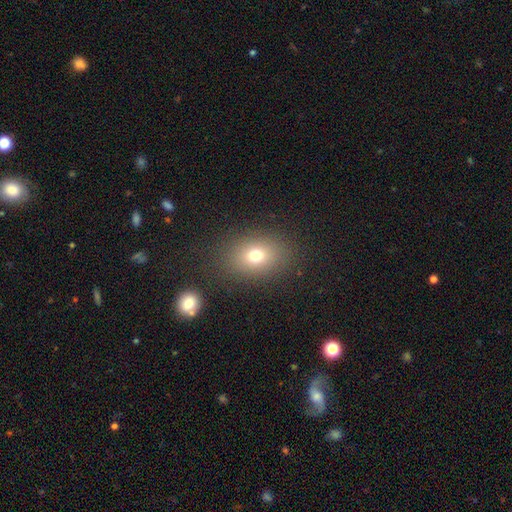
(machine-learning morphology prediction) Smooth or featured? smooth (72%)
How rounded? in between (61%)
Merging? none (84%)